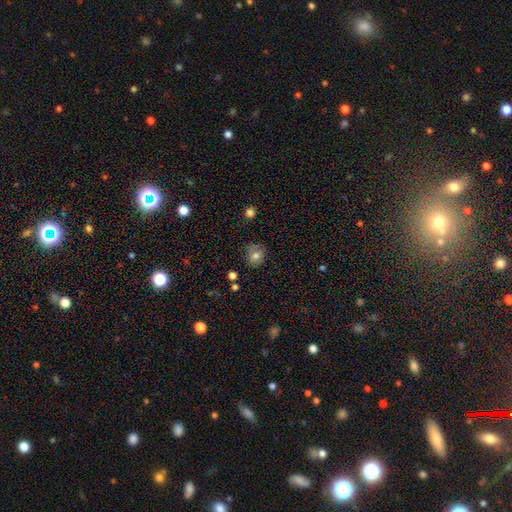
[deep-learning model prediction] Morphology: type=smooth (77%); roundness=round (77%); merging=none (76%).